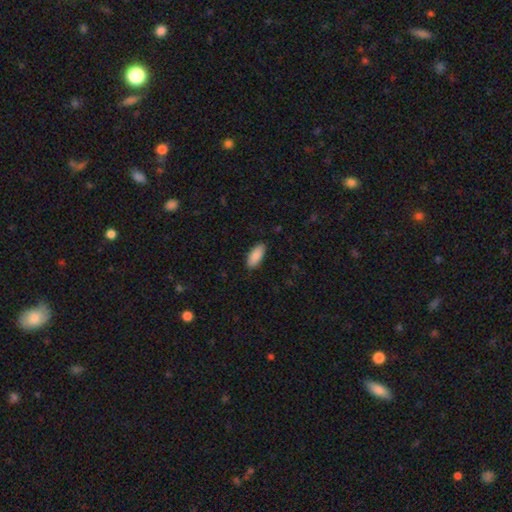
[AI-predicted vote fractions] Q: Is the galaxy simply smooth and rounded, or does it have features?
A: smooth — 90%.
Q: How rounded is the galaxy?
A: in between — 85%.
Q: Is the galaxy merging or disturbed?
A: none — 88%.